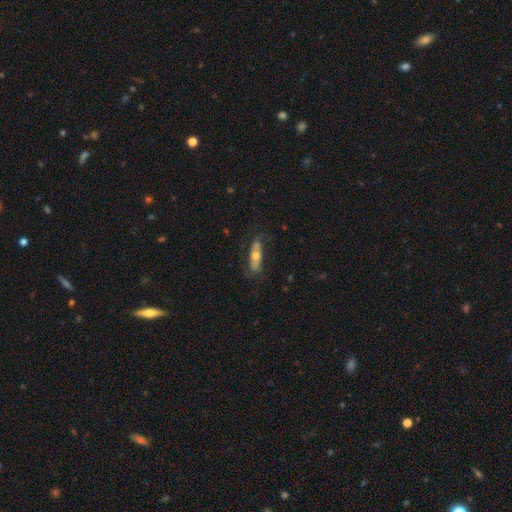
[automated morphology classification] A smooth galaxy with no disk features (51%) that is in between round and cigar-shaped (58%).

Vote fractions:
- Smooth or featured? smooth: 51% / featured or disk: 43% / star or artifact: 6%
- How rounded? in between: 58% / cigar-shaped: 39% / round: 3%
- Merging? none: 66% / minor disturbance: 21% / major disturbance: 11% / merger: 2%